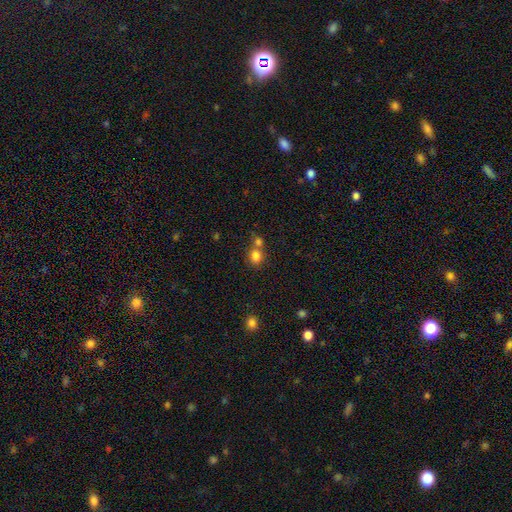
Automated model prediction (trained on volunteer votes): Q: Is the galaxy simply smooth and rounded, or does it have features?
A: smooth — 82%.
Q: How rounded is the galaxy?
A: round — 72%.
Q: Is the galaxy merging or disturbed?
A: none — 47%.